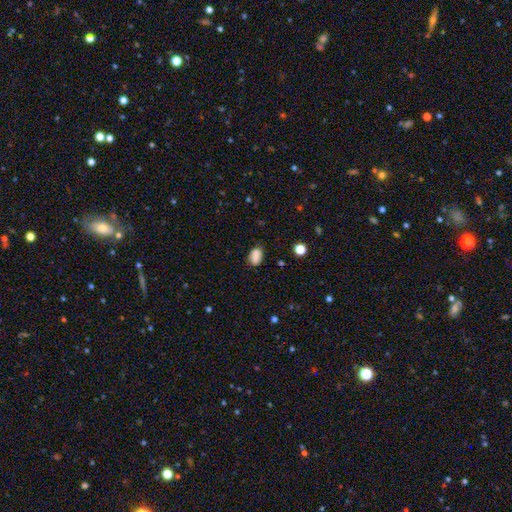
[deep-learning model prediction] The model was most divided on "merging": none: 78%, minor disturbance: 17%, major disturbance: 3%, merger: 2%. More confident: smooth or featured — smooth (86%); how rounded — in between (86%).